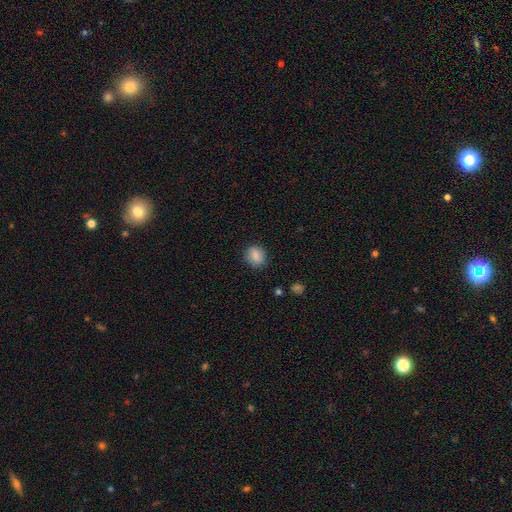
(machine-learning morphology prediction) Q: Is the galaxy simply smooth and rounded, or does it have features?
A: smooth — 85%.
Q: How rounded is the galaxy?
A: round — 59%.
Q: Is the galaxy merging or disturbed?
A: none — 83%.